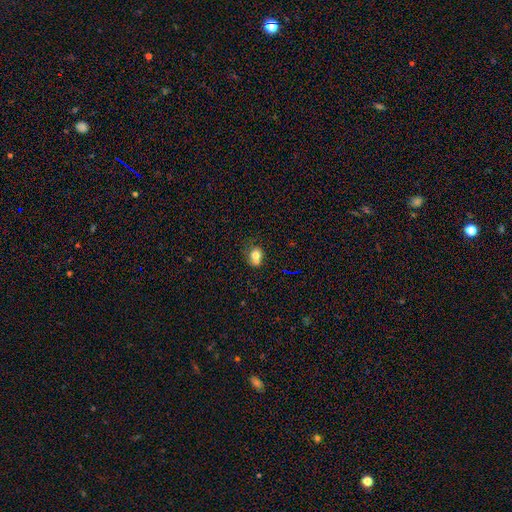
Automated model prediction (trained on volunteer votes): smooth_or_featured: smooth (p=0.74) [alt: featured or disk p=0.14]
how_rounded: in between (p=0.57) [alt: round p=0.41]
merging: none (p=0.46) [alt: minor disturbance p=0.27]